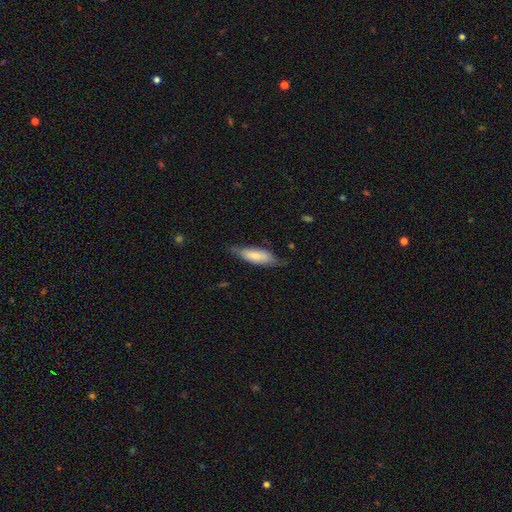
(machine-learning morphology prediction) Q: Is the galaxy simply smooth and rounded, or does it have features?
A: smooth — 69%.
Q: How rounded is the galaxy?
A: in between — 58%.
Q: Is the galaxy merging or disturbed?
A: none — 67%.